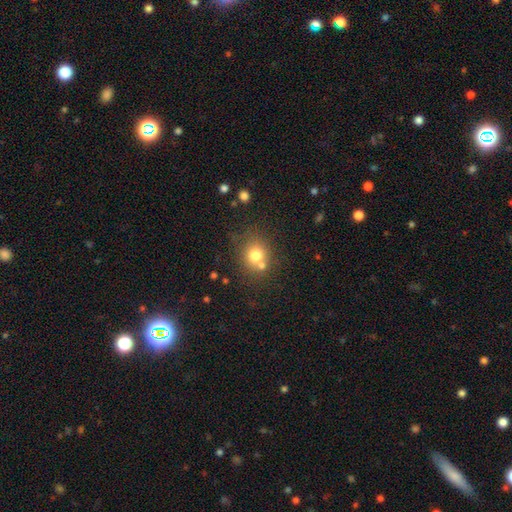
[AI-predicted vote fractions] Morphology: type=smooth (74%); roundness=round (79%); merging=none (60%).